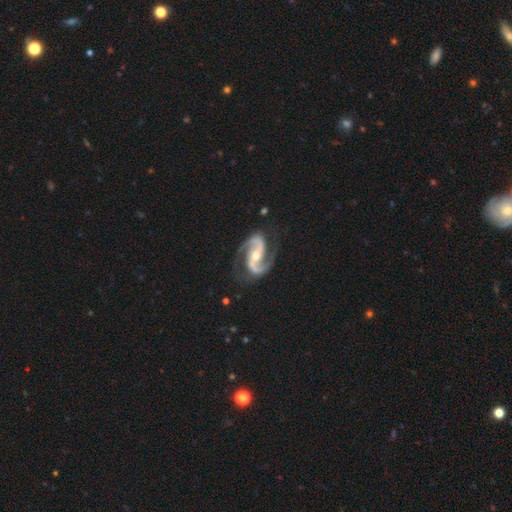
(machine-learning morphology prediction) Q: Smooth or featured?
A: featured or disk (94%); runner-up: star or artifact (3%)
Q: Edge-on disk?
A: no (98%); runner-up: yes (2%)
Q: Bar?
A: no (37%); runner-up: weak (33%)
Q: Spiral arms?
A: yes (99%); runner-up: no (1%)
Q: Spiral winding?
A: medium (59%); runner-up: loose (26%)
Q: Spiral arm count?
A: 2 (95%); runner-up: can't tell (1%)
Q: Bulge size?
A: moderate (59%); runner-up: small (35%)
Q: Merging?
A: none (79%); runner-up: minor disturbance (14%)